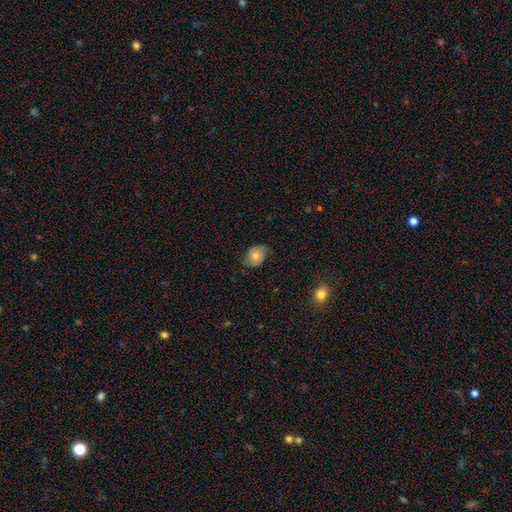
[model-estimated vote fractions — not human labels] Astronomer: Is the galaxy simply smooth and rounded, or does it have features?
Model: smooth — 61%.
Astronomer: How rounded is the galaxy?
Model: in between — 61% (runner-up: round, 38%).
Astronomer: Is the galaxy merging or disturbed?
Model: none — 64%.